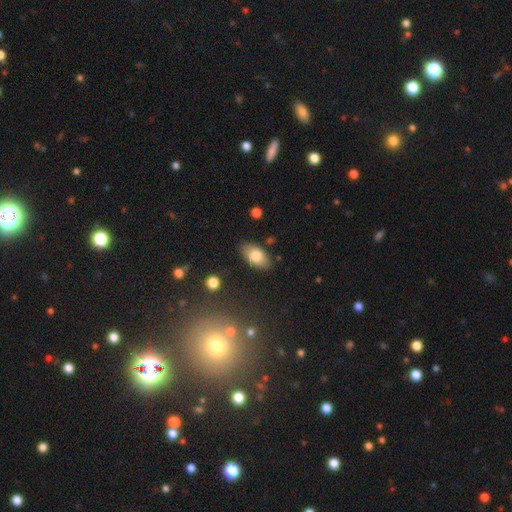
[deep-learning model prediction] Overall: smooth (79%). How rounded: in between (93%). Merging: none (85%).